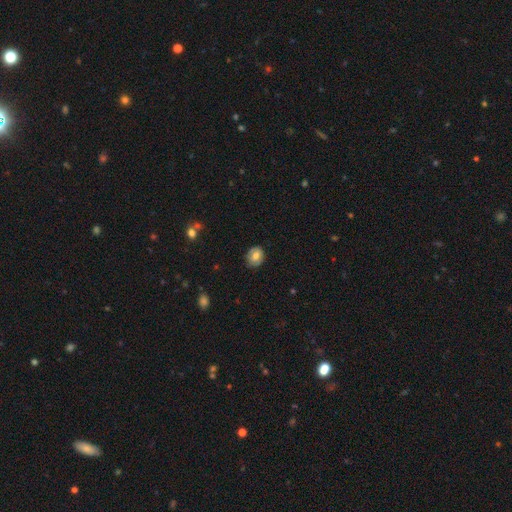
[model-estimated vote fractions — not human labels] Overall: smooth (70%). How rounded: round (56%; in between 43%). Merging: none (77%).